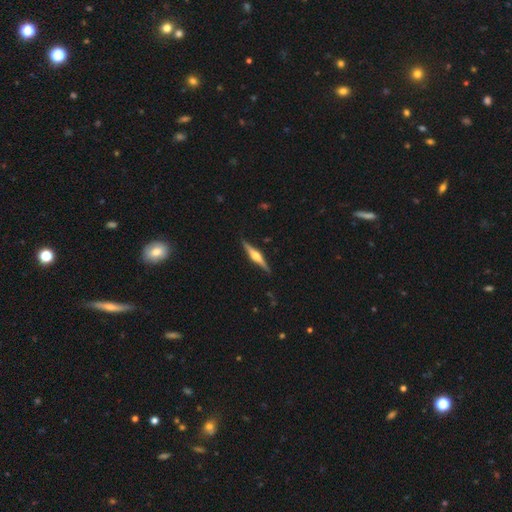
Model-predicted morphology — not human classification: Smooth or featured? Predicted: featured or disk (p=0.78). Edge-on disk? Predicted: yes (p=0.98). Edge-on bulge? Predicted: rounded (p=0.89). Merging? Predicted: none (p=0.90).